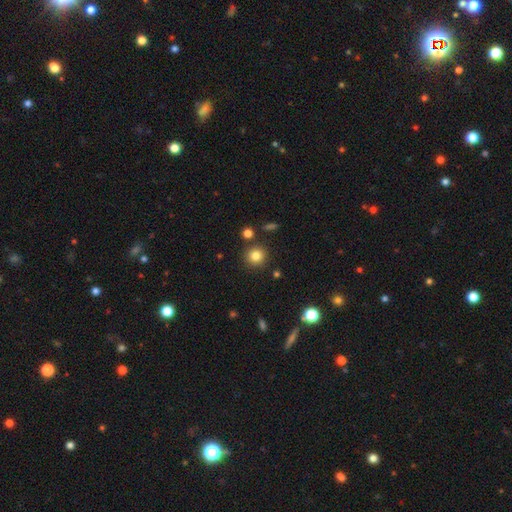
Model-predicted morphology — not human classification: This appears to be a smooth galaxy with no disk features (82%) that is round (92%). Merging: none (86%).